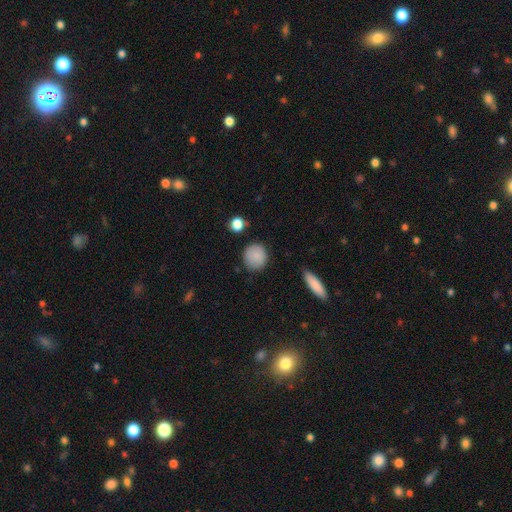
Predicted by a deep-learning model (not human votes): Smooth or featured?
  - smooth: 87% *
  - star or artifact: 8%
  - featured or disk: 5%
How rounded?
  - round: 88% *
  - in between: 11%
  - cigar-shaped: 1%
Merging?
  - none: 84% *
  - minor disturbance: 12%
  - major disturbance: 3%
  - merger: 2%